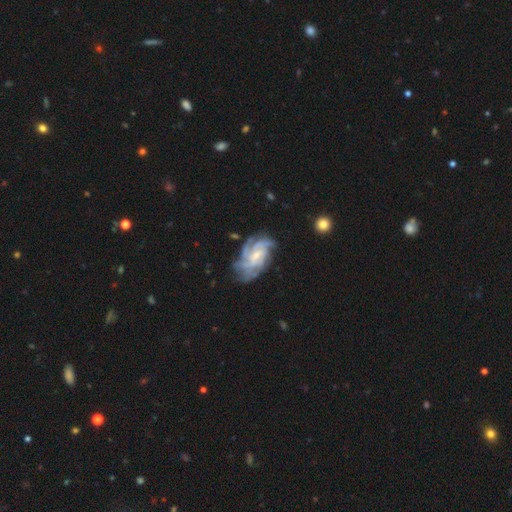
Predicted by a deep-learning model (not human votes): This appears to be a featured or disk galaxy (86%) with no bar (50%), 4 (29%) tight (53%) spiral arms (96%) and a small central bulge (65%). Merging: none (61%).